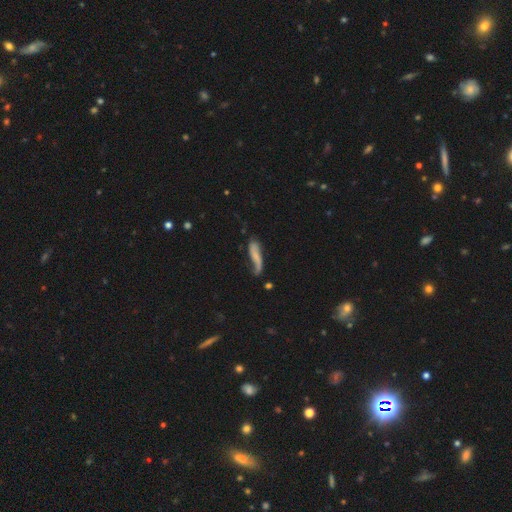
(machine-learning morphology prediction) smooth 51%, featured or disk 41%, star or artifact 8%. Down the decision tree: how rounded — cigar-shaped (70%); merging — none (39%).